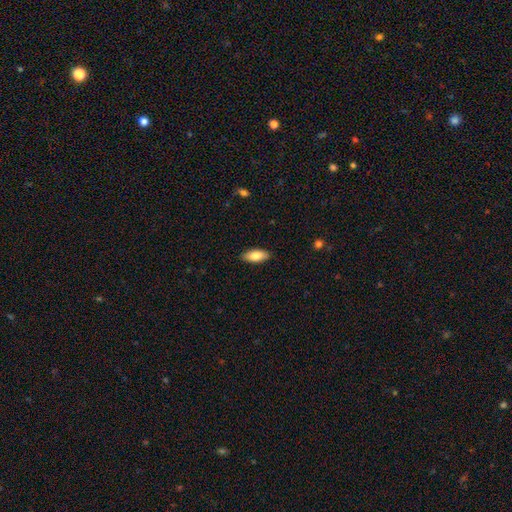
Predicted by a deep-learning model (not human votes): Morphology: type=smooth (83%); roundness=in between (84%); merging=none (89%).